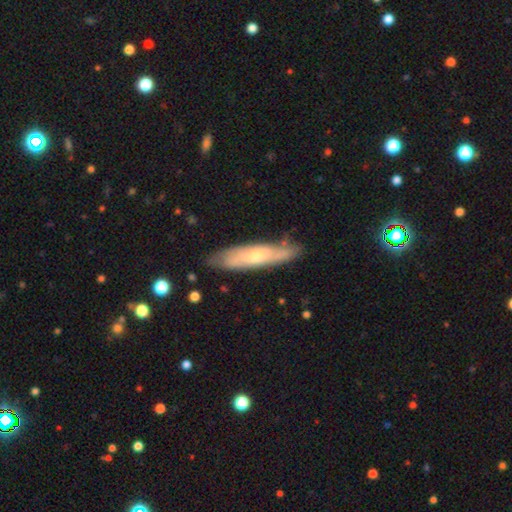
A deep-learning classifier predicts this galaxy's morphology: smooth-or-featured: featured or disk: 51% | smooth: 43% | star or artifact: 6%
  disk-edge-on: no: 53% | yes: 47%
  merging: none: 75% | minor disturbance: 19% | major disturbance: 4% | merger: 3%